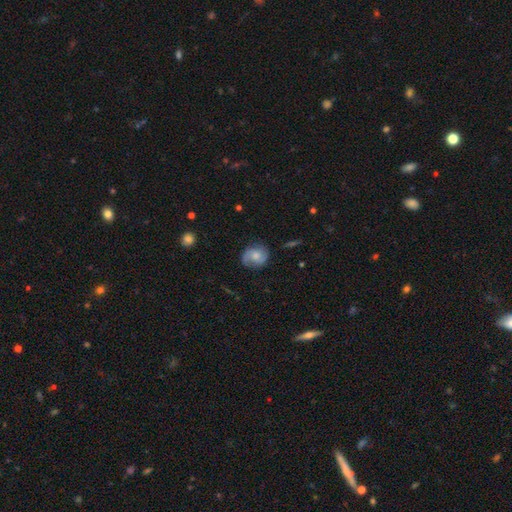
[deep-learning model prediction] A featured or disk galaxy (57%) with no bar (67%), 2 (78%) medium (44%) spiral arms (90%) and a moderate central bulge (54%). Merging: none (74%).